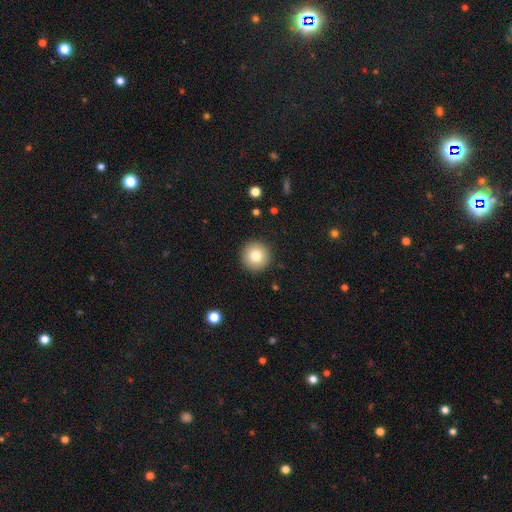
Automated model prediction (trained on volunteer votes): Q: Smooth or featured?
A: smooth (80%); runner-up: featured or disk (11%)
Q: How rounded?
A: round (96%); runner-up: in between (3%)
Q: Merging?
A: none (92%); runner-up: minor disturbance (5%)